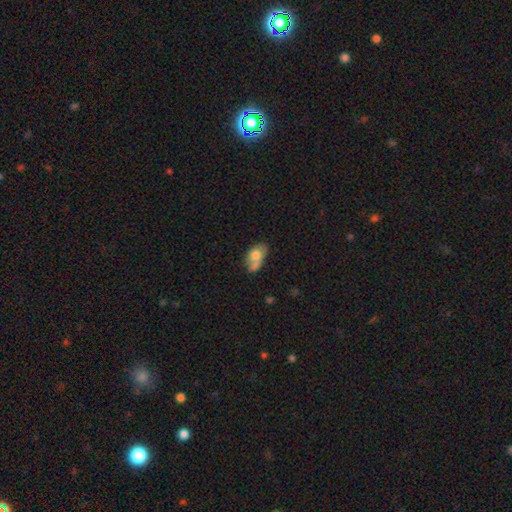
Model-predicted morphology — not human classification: smooth_or_featured: smooth (p=0.69) [alt: featured or disk p=0.23]
how_rounded: in between (p=0.86) [alt: round p=0.12]
merging: merger (p=0.37) [alt: none p=0.35]